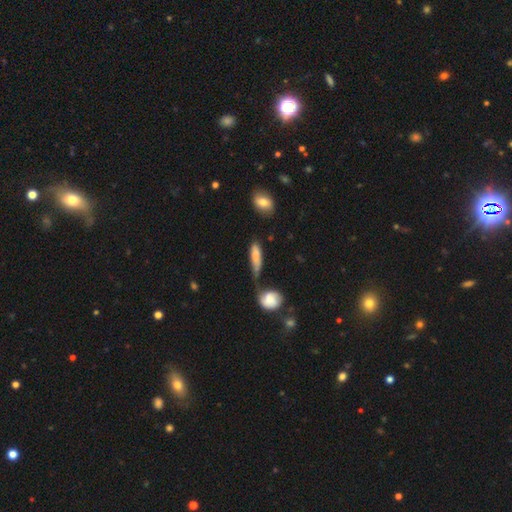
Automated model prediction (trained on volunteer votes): Morphology: type=smooth (75%); roundness=cigar-shaped (53%); merging=none (31%).